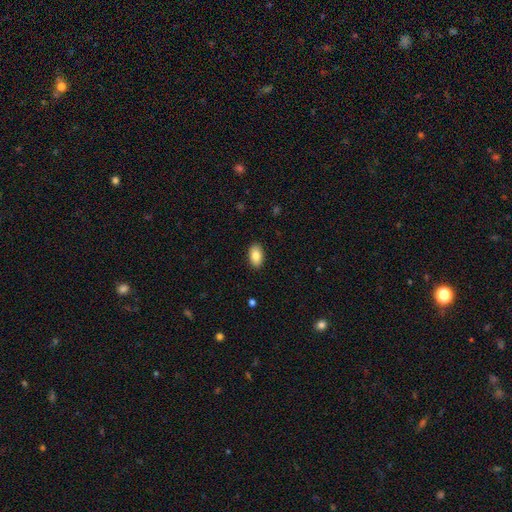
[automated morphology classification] Smooth or featured: smooth — 84% (featured or disk — 9%)
How rounded: in between — 93% (round — 6%)
Merging: none — 90% (minor disturbance — 8%)